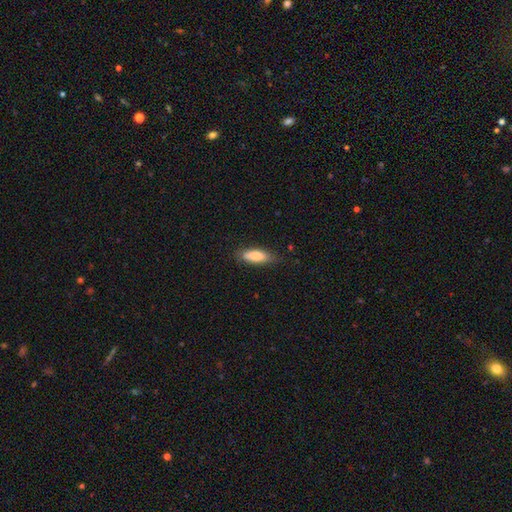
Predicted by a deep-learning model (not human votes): smooth_or_featured: smooth (p=0.77) [alt: featured or disk p=0.17]
how_rounded: in between (p=0.61) [alt: cigar-shaped p=0.37]
merging: none (p=0.80) [alt: minor disturbance p=0.16]